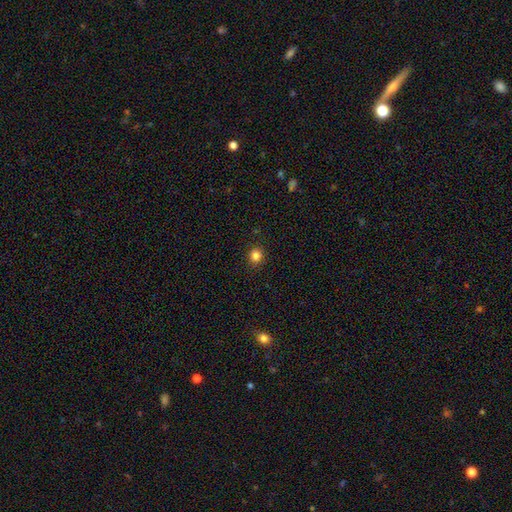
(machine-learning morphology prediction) Overall: smooth (83%). How rounded: round (86%). Merging: none (90%).